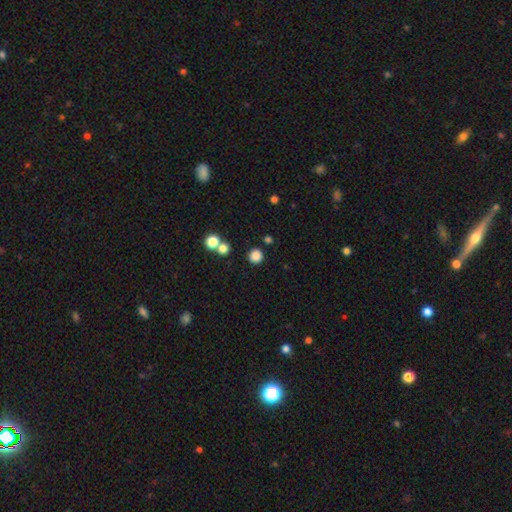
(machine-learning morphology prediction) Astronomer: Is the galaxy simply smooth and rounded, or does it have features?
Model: smooth — 83%.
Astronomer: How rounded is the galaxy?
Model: round — 93%.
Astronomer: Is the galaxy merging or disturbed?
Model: none — 83%.